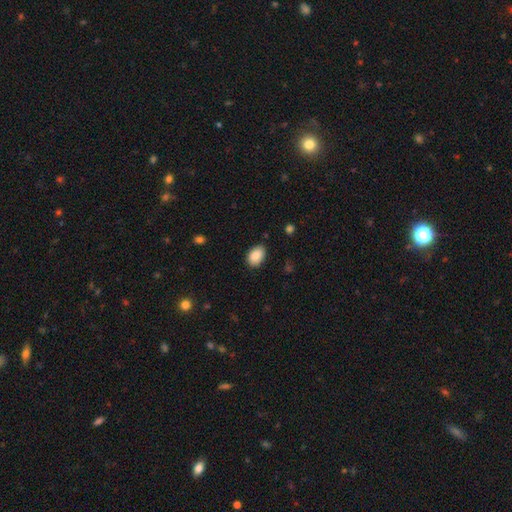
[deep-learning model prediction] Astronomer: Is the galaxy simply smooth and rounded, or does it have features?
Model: smooth — 88%.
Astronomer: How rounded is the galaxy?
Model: in between — 86%.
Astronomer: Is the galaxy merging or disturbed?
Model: none — 83%.